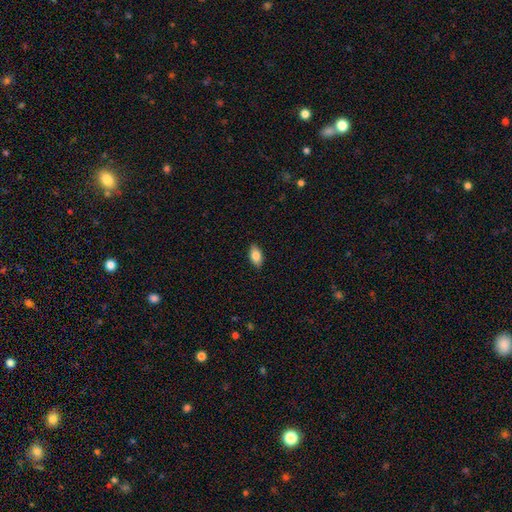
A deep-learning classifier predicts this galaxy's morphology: smooth-or-featured: smooth: 85% | featured or disk: 8% | star or artifact: 7%
  how-rounded: in between: 92% | cigar-shaped: 4% | round: 4%
  merging: none: 89% | minor disturbance: 9% | major disturbance: 2% | merger: 1%